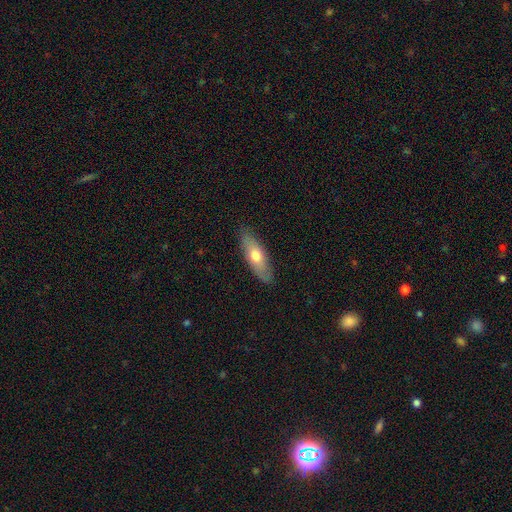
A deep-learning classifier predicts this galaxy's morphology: smooth 62%, featured or disk 33%, star or artifact 6%. Down the decision tree: how rounded — in between (58%); merging — none (84%).